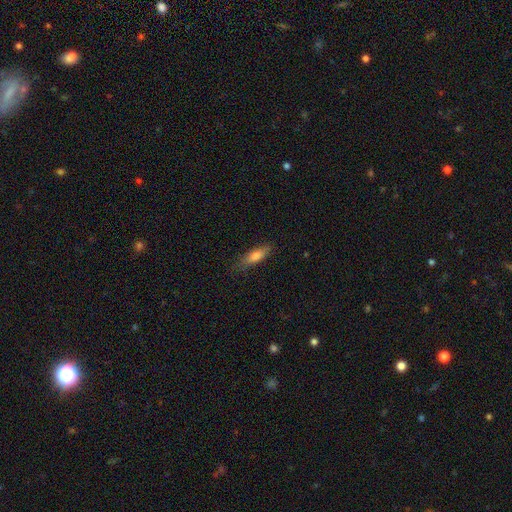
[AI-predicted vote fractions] Smooth or featured? smooth (75%)
How rounded? cigar-shaped (50%)
Merging? none (76%)